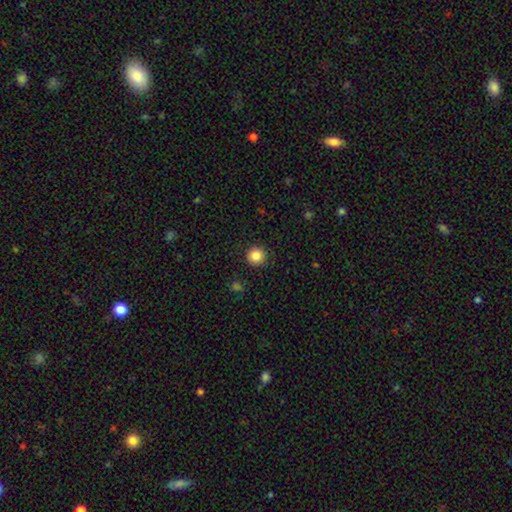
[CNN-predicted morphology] A smooth galaxy with no disk features (86%) that is round (95%). Merging: none (92%).